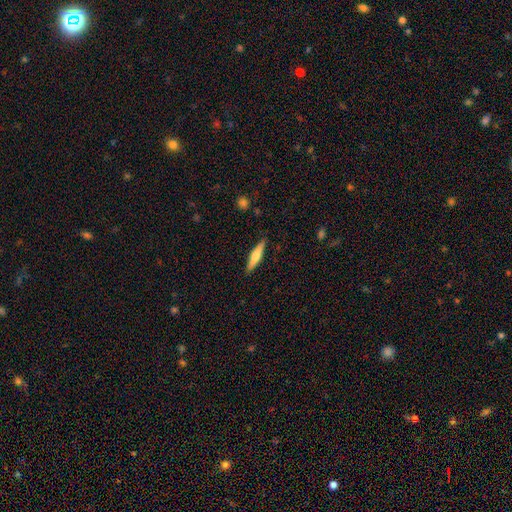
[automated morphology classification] Q: Smooth or featured?
A: smooth (53%); runner-up: featured or disk (42%)
Q: How rounded?
A: cigar-shaped (83%); runner-up: in between (15%)
Q: Merging?
A: none (89%); runner-up: minor disturbance (8%)